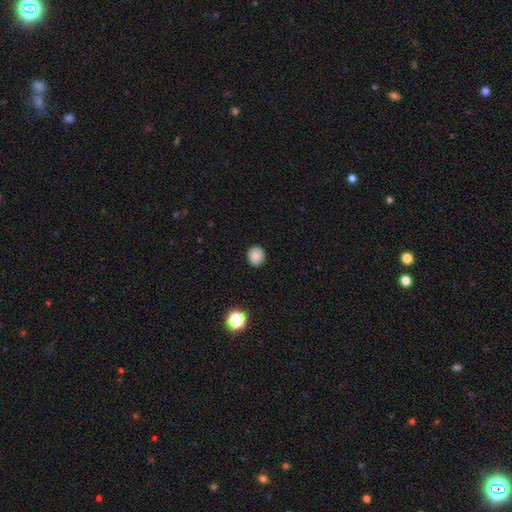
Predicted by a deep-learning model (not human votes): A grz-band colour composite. It shows a smooth galaxy with no disk features (85%) that is round (78%). Merging: none (89%).